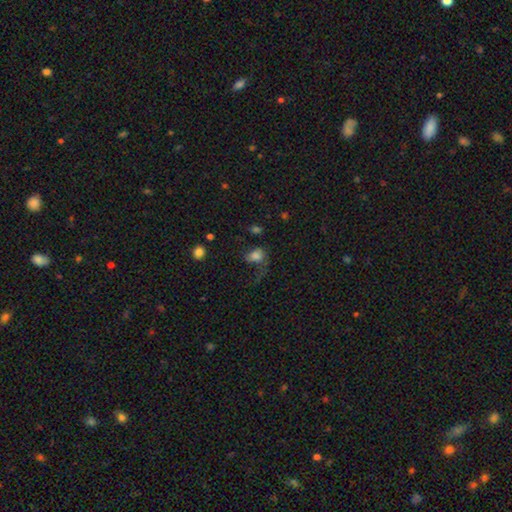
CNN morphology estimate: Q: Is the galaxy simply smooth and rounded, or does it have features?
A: smooth — 72%.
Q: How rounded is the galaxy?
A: in between — 66%.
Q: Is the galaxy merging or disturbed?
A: major disturbance — 49%.